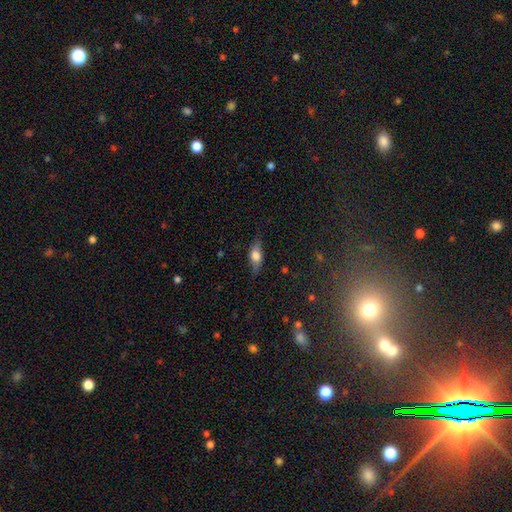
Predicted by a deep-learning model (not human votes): This is likely a smooth galaxy (60%). How rounded: likely in between (71%). Merging: likely none (75%).